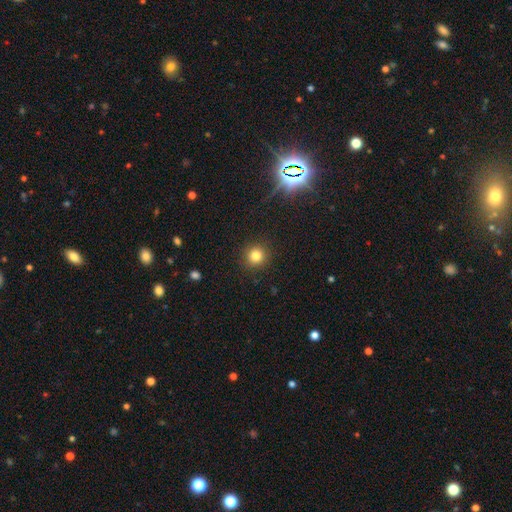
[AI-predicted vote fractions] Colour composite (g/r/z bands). It shows a smooth galaxy with no disk features (80%) that is round (93%). Merging: none (91%).